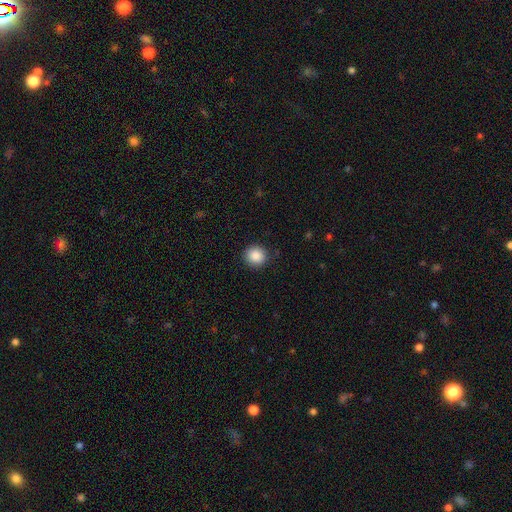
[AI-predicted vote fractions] Morphology: type=smooth (88%); roundness=round (90%); merging=none (89%).